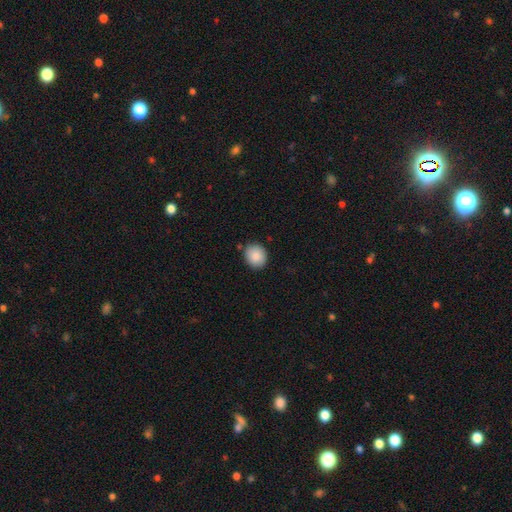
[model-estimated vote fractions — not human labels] Smooth or featured: smooth — 88% (star or artifact — 7%)
How rounded: round — 70% (in between — 30%)
Merging: none — 85% (minor disturbance — 11%)